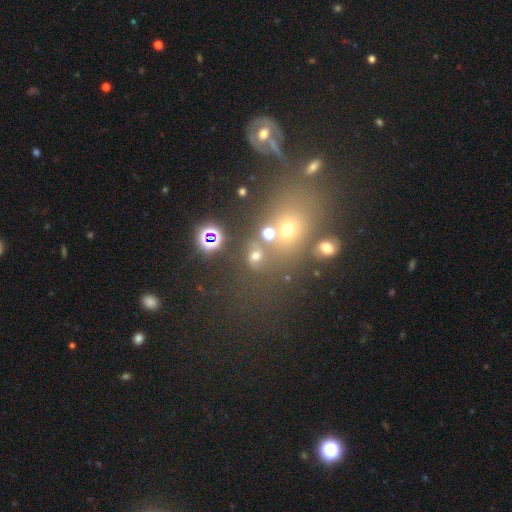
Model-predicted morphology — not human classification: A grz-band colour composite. It shows a smooth galaxy with no disk features (55%) that is round (61%). Merging: none (57%).